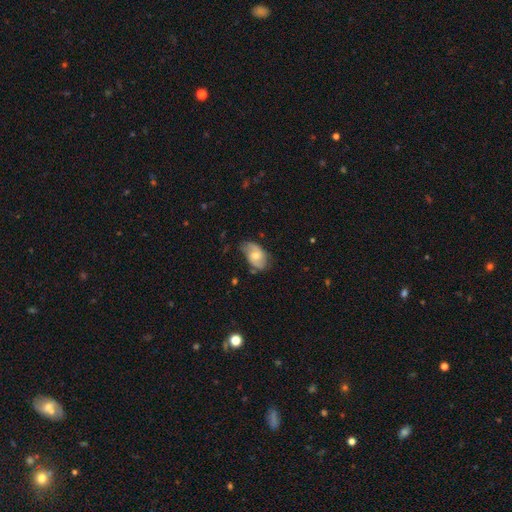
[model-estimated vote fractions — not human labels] smooth-or-featured: featured or disk: 55% | smooth: 38% | star or artifact: 7%
  disk-edge-on: no: 96% | yes: 4%
    bar: no: 57% | weak: 36% | strong: 7%
    has-spiral-arms: yes: 83% | no: 17%
    bulge-size: moderate: 56% | small: 36% | large: 4% | none: 3% | dominant: 1%
  merging: none: 61% | minor disturbance: 29% | major disturbance: 8% | merger: 2%